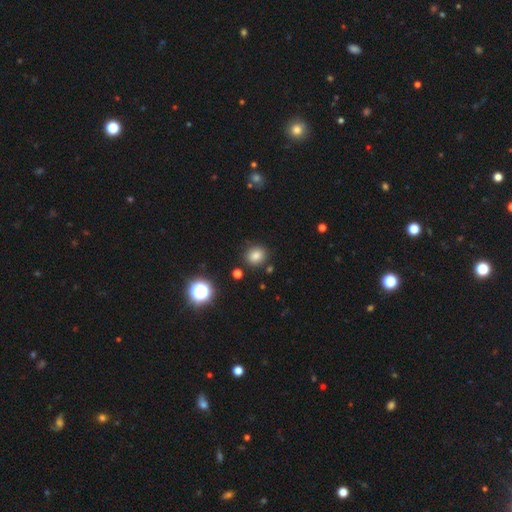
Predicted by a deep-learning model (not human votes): smooth 80%, star or artifact 15%, featured or disk 5%. Down the decision tree: how rounded — round (77%); merging — none (86%).